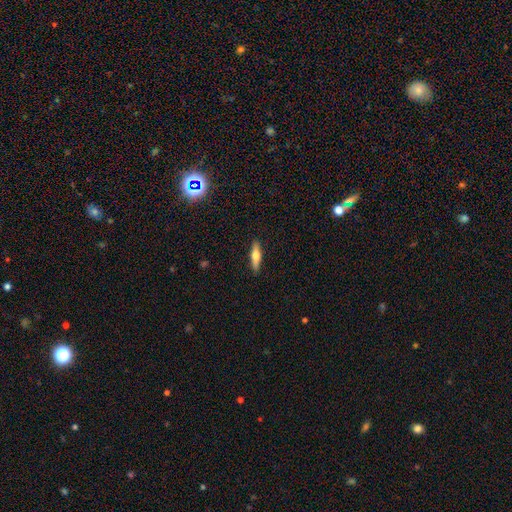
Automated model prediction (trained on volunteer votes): Smooth or featured? Predicted: smooth (p=0.51). How rounded? Predicted: cigar-shaped (p=0.71). Merging? Predicted: none (p=0.91).